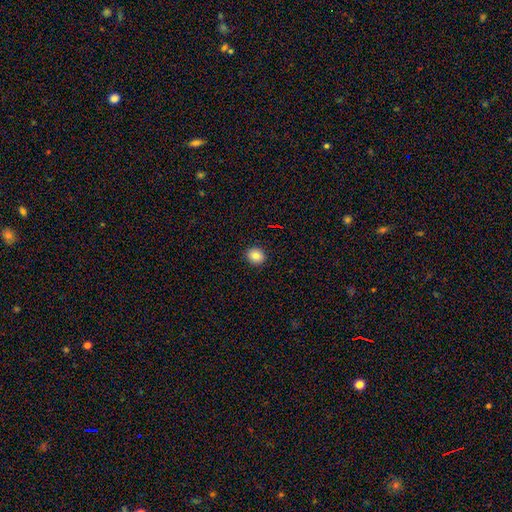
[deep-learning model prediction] The model was most divided on "how rounded": round: 84%, in between: 15%, cigar-shaped: 1%. More confident: merging — none (92%); smooth or featured — smooth (83%).